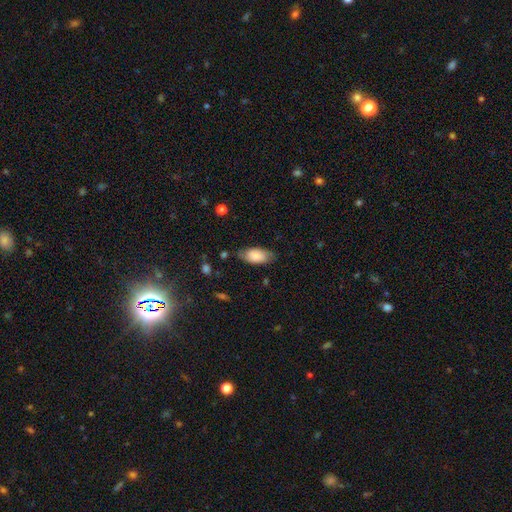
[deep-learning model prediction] Smooth or featured: smooth — 81% (featured or disk — 13%)
How rounded: in between — 91% (cigar-shaped — 6%)
Merging: none — 73% (minor disturbance — 20%)